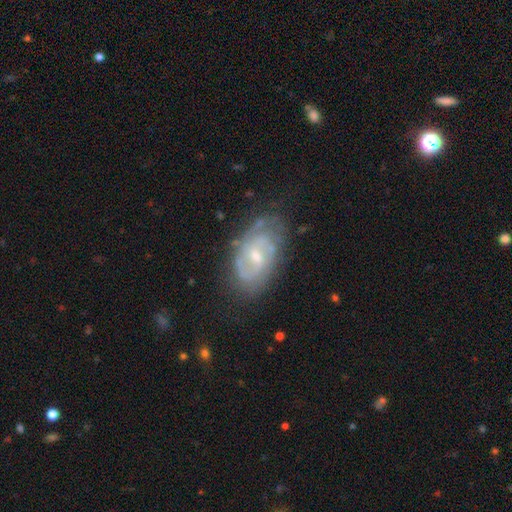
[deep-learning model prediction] Morphology: type=featured or disk (79%); edge-on=no (96%); bar=weak (51%); spiral arms=yes (90%); winding=tight (49%); arm count=2 (52%); bulge=small (49%); merging=none (68%).